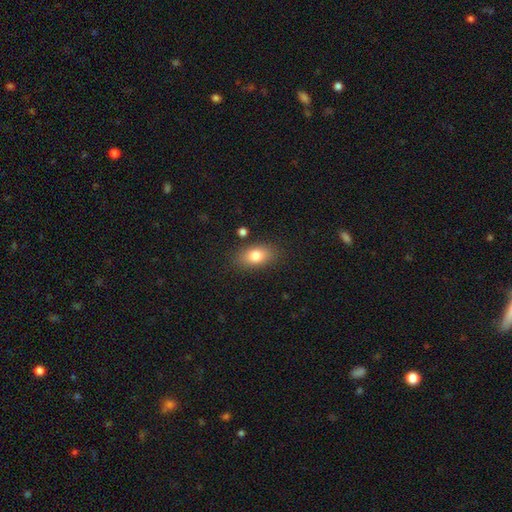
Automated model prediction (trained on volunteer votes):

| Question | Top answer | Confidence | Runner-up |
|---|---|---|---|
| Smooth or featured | smooth | 80% | featured or disk (11%) |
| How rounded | in between | 86% | round (10%) |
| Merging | none | 83% | minor disturbance (11%) |